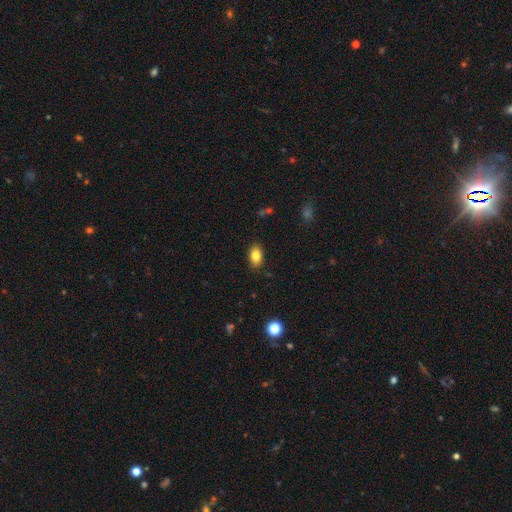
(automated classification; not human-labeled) Smooth or featured: smooth — 84% (star or artifact — 8%)
How rounded: in between — 89% (round — 9%)
Merging: none — 87% (minor disturbance — 9%)